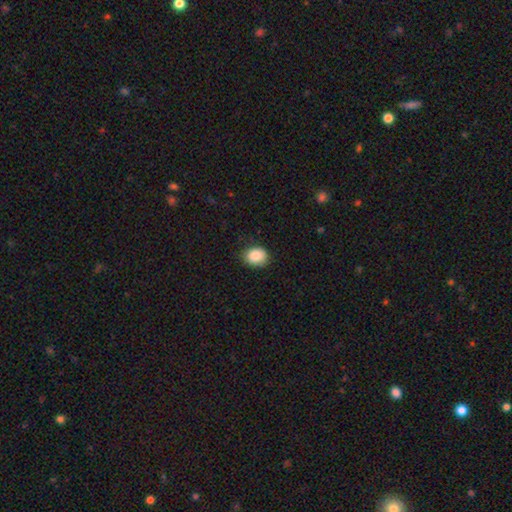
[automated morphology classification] Smooth or featured? Predicted: smooth (p=0.88). How rounded? Predicted: round (p=0.54). Merging? Predicted: none (p=0.82).